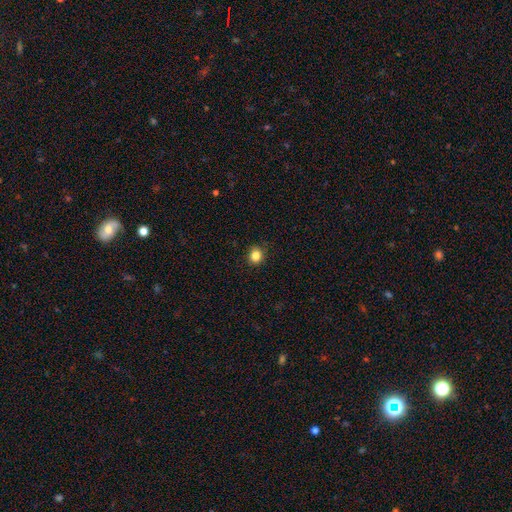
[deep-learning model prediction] smooth 84%, star or artifact 12%, featured or disk 4%. Down the decision tree: how rounded — round (81%); merging — none (89%).